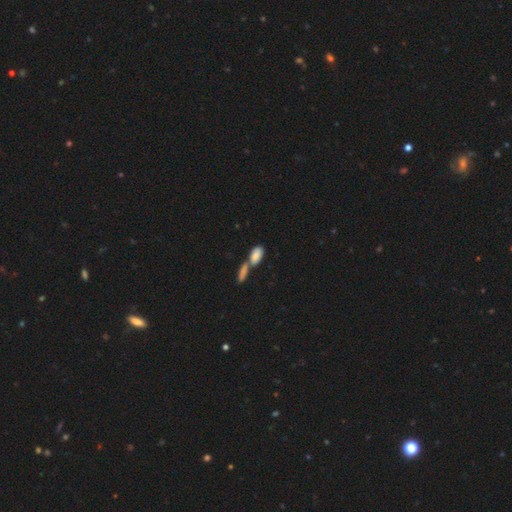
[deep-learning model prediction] Morphology: type=smooth (81%); roundness=in between (86%); merging=merger (61%).